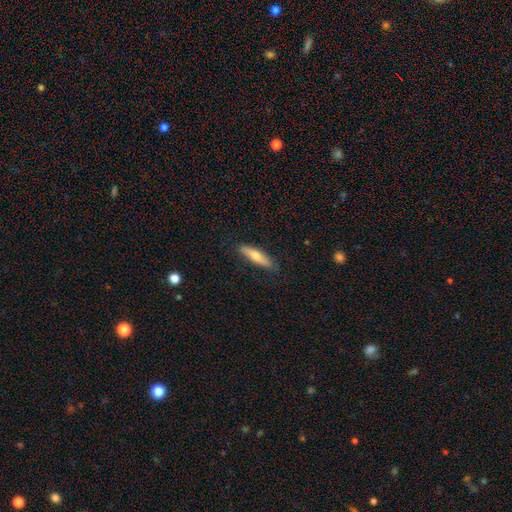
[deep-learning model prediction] Smooth or featured?
  - smooth: 63% *
  - featured or disk: 31%
  - star or artifact: 6%
How rounded?
  - cigar-shaped: 80% *
  - in between: 18%
  - round: 2%
Merging?
  - none: 86% *
  - minor disturbance: 11%
  - major disturbance: 2%
  - merger: 1%